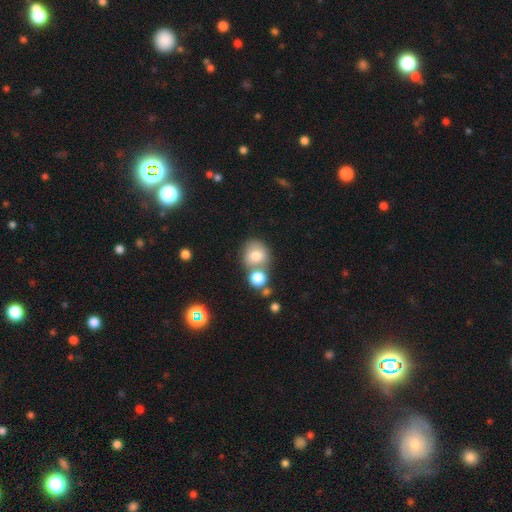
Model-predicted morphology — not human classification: type=smooth (75%); roundness=round (80%); merging=none (50%).